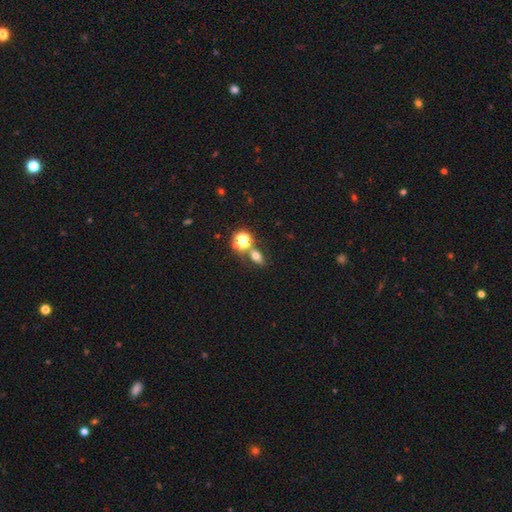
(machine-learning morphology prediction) Q: Smooth or featured?
A: smooth (60%); runner-up: star or artifact (24%)
Q: How rounded?
A: in between (68%); runner-up: round (26%)
Q: Merging?
A: none (65%); runner-up: merger (19%)